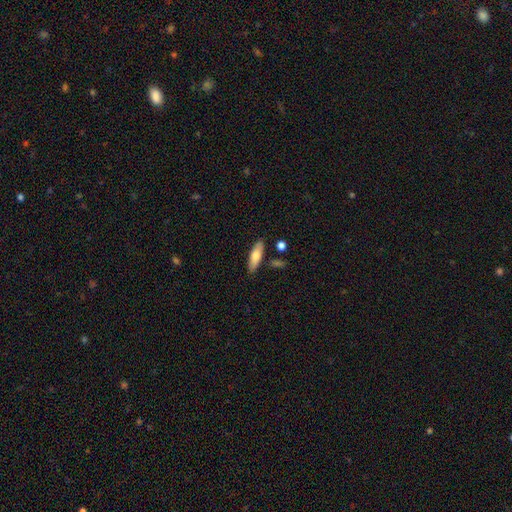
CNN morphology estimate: Smooth or featured? smooth (69%)
How rounded? in between (51%)
Merging? none (83%)